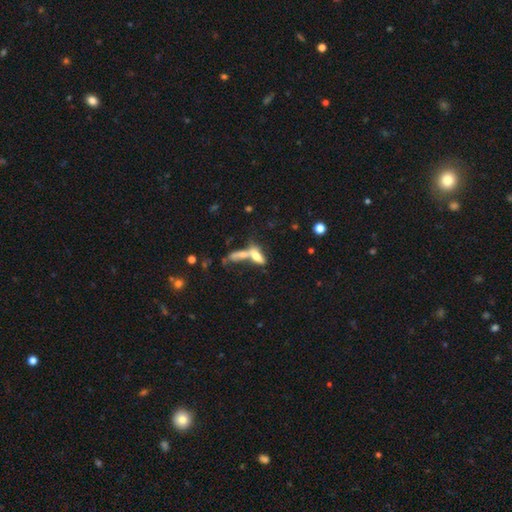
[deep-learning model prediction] smooth_or_featured: smooth (p=0.58) [alt: featured or disk p=0.31]
how_rounded: cigar-shaped (p=0.50) [alt: in between p=0.46]
merging: merger (p=0.55) [alt: none p=0.27]